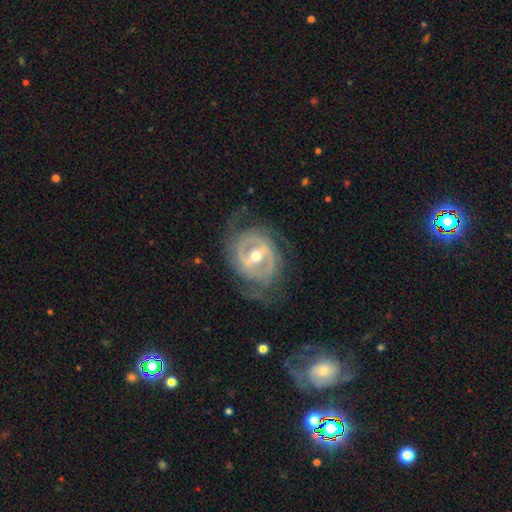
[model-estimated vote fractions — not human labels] Q: Smooth or featured?
A: featured or disk (88%); runner-up: smooth (7%)
Q: Edge-on disk?
A: no (96%); runner-up: yes (4%)
Q: Bar?
A: strong (53%); runner-up: weak (35%)
Q: Spiral arms?
A: yes (88%); runner-up: no (12%)
Q: Spiral winding?
A: tight (55%); runner-up: medium (33%)
Q: Spiral arm count?
A: 2 (48%); runner-up: can't tell (26%)
Q: Bulge size?
A: moderate (66%); runner-up: small (29%)
Q: Merging?
A: none (68%); runner-up: minor disturbance (18%)